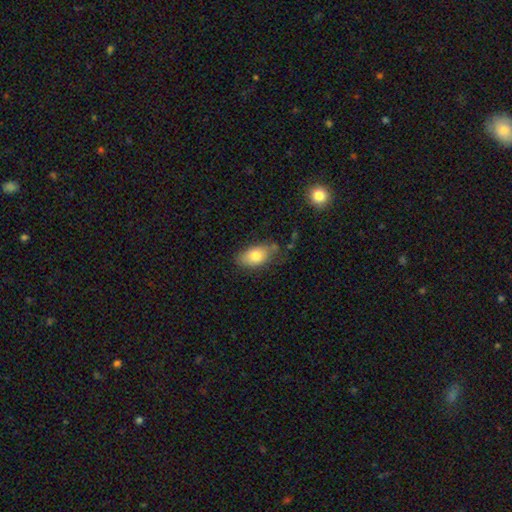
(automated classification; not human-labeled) Morphology: type=smooth (79%); roundness=in between (90%); merging=none (65%).